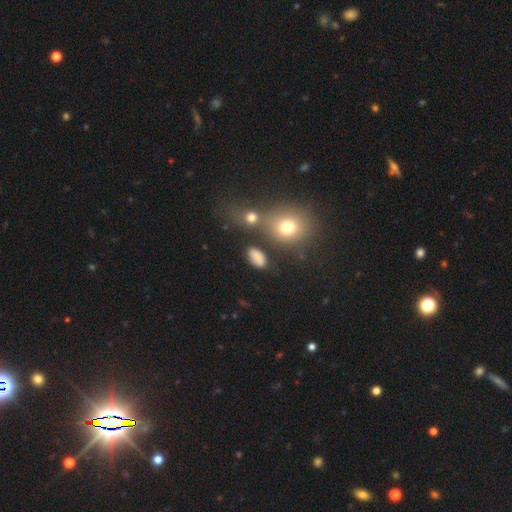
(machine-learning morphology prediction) smooth_or_featured: smooth (p=0.79) [alt: star or artifact p=0.12]
how_rounded: in between (p=0.86) [alt: round p=0.10]
merging: none (p=0.70) [alt: minor disturbance p=0.16]